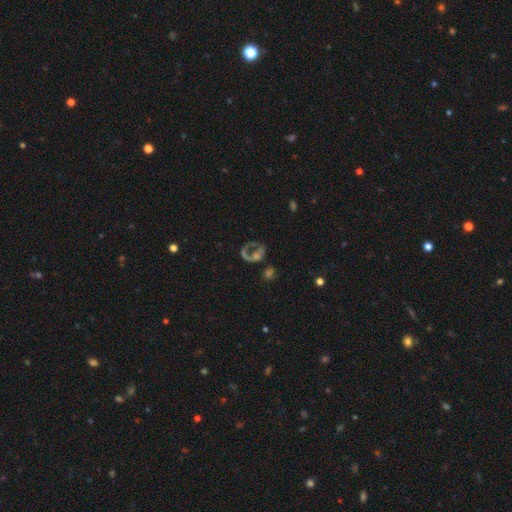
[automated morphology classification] type=featured or disk (52%); edge-on=no (96%); merging=none (36%).